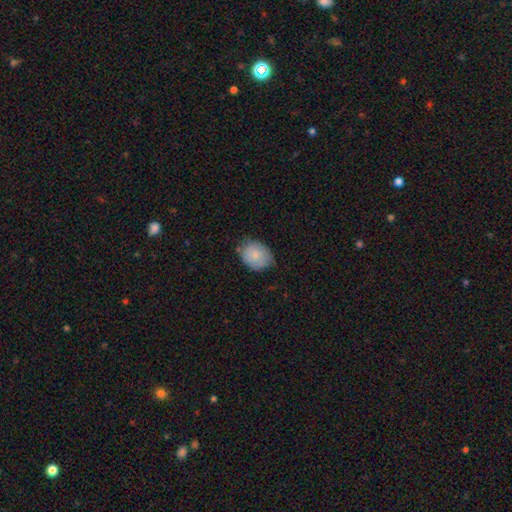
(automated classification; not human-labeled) Smooth or featured? smooth (80%)
How rounded? in between (51%)
Merging? none (65%)